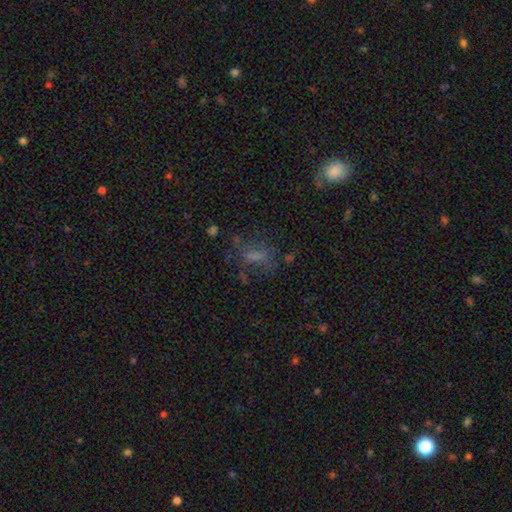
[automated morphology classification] Smooth or featured: smooth — 49% (featured or disk — 27%)
Merging: none — 52% (major disturbance — 23%)